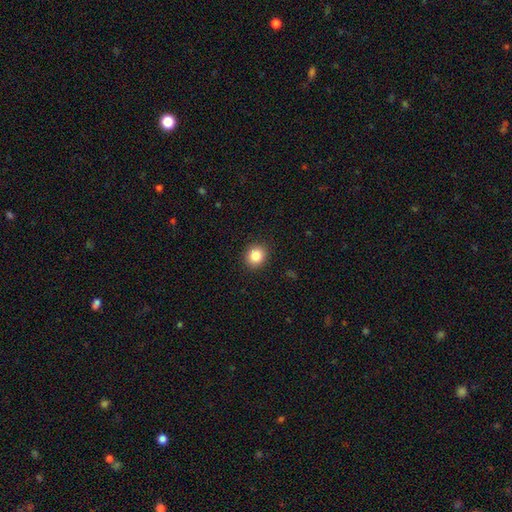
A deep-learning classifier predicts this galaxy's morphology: Smooth or featured: smooth — 85% (star or artifact — 10%)
How rounded: round — 78% (in between — 22%)
Merging: none — 91% (minor disturbance — 6%)